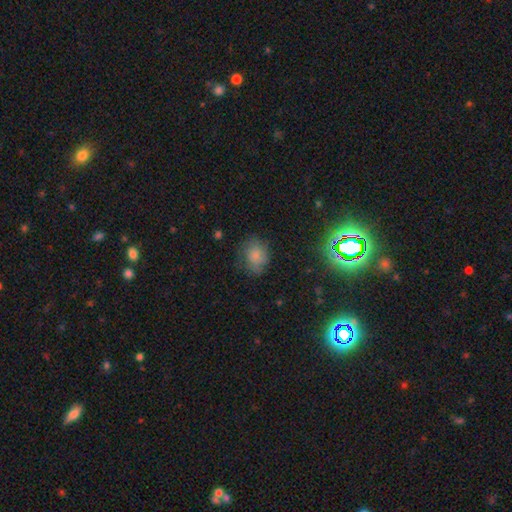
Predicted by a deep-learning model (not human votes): A smooth galaxy with no disk features (78%) that is in between round and cigar-shaped (51%).

Vote fractions:
- Smooth or featured? smooth: 78% / star or artifact: 11% / featured or disk: 11%
- How rounded? in between: 51% / round: 47% / cigar-shaped: 1%
- Merging? none: 69% / minor disturbance: 22% / major disturbance: 8% / merger: 2%